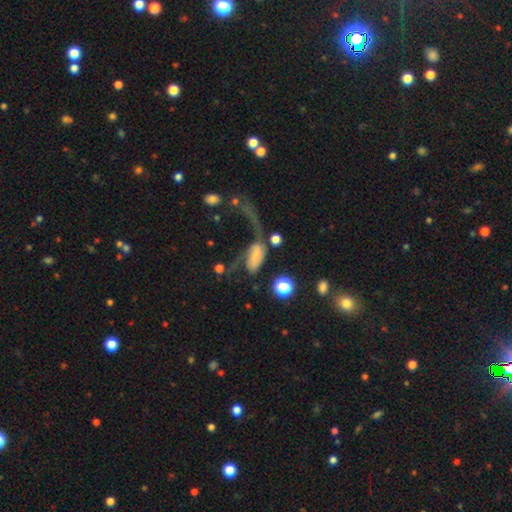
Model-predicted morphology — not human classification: Smooth or featured? featured or disk (48%)
Merging? major disturbance (52%)